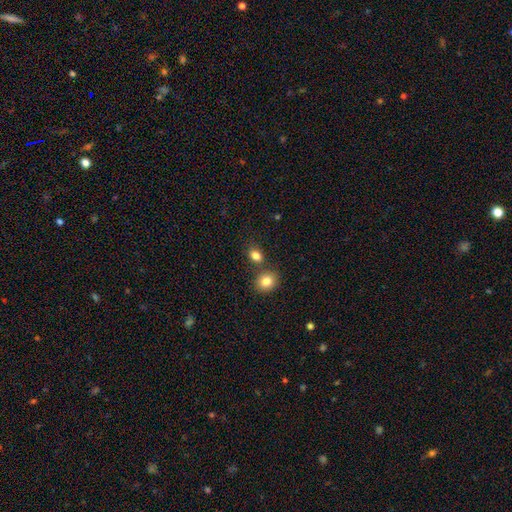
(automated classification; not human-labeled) Q: Smooth or featured?
A: smooth (83%); runner-up: star or artifact (11%)
Q: How rounded?
A: in between (57%); runner-up: round (42%)
Q: Merging?
A: none (66%); runner-up: merger (20%)